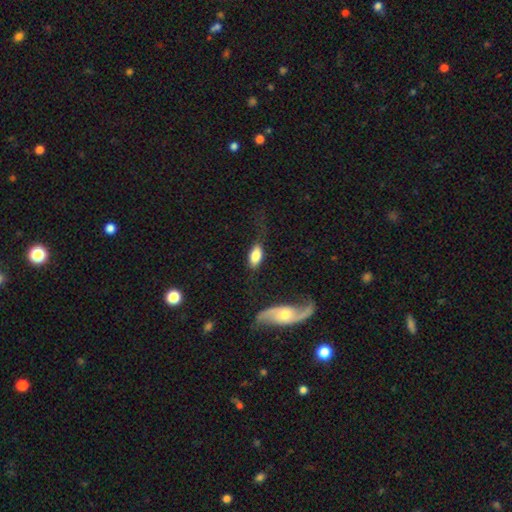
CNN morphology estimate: The model was most divided on "merging": none: 54%, minor disturbance: 22%, major disturbance: 17%, merger: 7%. More confident: how rounded — in between (88%); smooth or featured — smooth (76%).